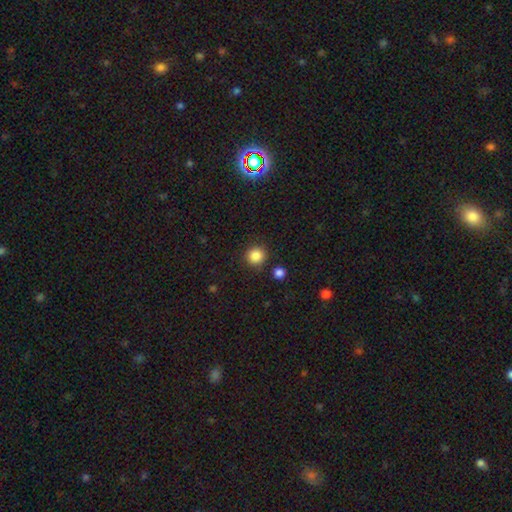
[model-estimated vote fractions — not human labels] Morphology: type=smooth (86%); roundness=round (93%); merging=none (87%).